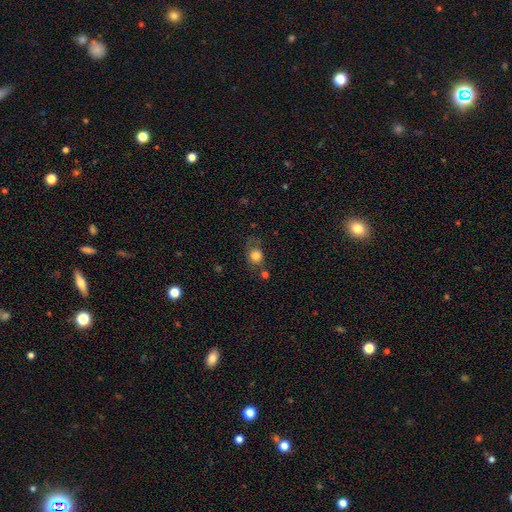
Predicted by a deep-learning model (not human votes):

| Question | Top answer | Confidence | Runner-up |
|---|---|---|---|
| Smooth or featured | smooth | 77% | featured or disk (12%) |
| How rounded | round | 68% | in between (31%) |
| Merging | none | 57% | minor disturbance (22%) |